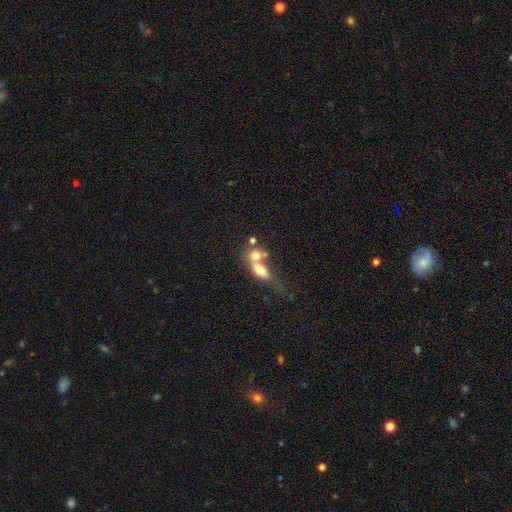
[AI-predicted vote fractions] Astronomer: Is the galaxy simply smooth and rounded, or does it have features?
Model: smooth — 68%.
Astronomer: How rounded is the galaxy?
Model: in between — 64%.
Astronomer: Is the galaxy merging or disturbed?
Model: merger — 66%.